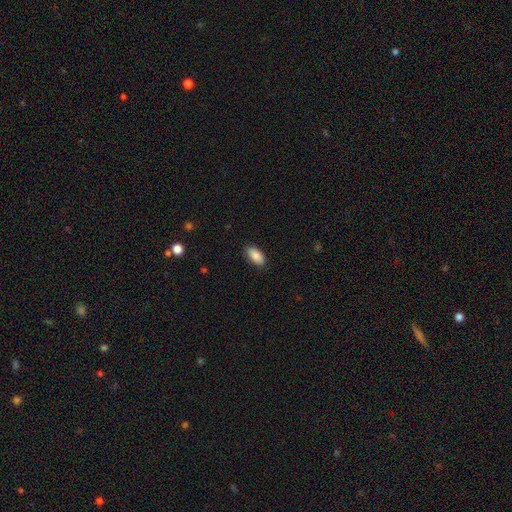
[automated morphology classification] A smooth galaxy with no disk features (88%) that is in between round and cigar-shaped (92%).

Vote fractions:
- Smooth or featured? smooth: 88% / star or artifact: 7% / featured or disk: 6%
- How rounded? in between: 92% / cigar-shaped: 6% / round: 2%
- Merging? none: 86% / minor disturbance: 10% / major disturbance: 2% / merger: 1%